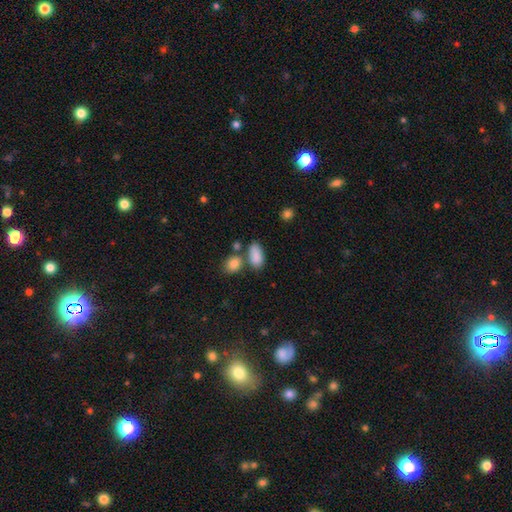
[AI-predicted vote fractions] Overall: smooth (86%). How rounded: in between (90%). Merging: none (60%).